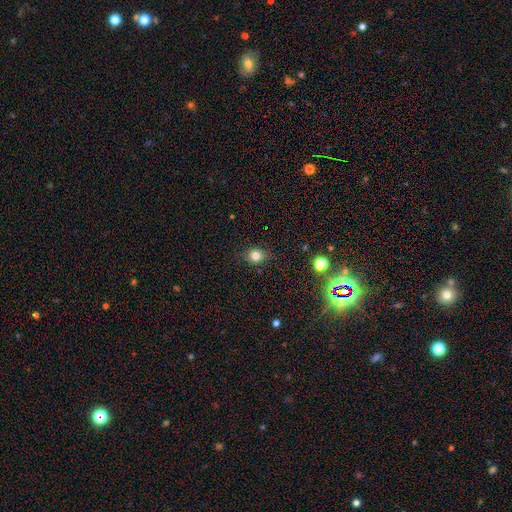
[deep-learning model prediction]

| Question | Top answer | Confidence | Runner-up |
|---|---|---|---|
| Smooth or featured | smooth | 79% | star or artifact (14%) |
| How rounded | round | 66% | in between (33%) |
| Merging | none | 82% | minor disturbance (13%) |